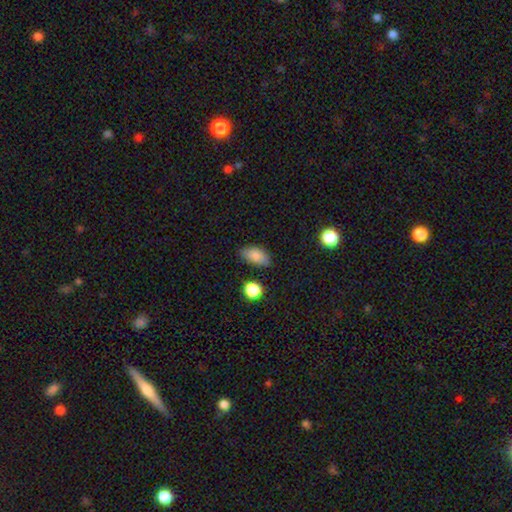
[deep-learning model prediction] smooth-or-featured: smooth: 84% | star or artifact: 9% | featured or disk: 7%
  how-rounded: in between: 89% | round: 7% | cigar-shaped: 5%
  merging: none: 76% | minor disturbance: 17% | major disturbance: 4% | merger: 3%